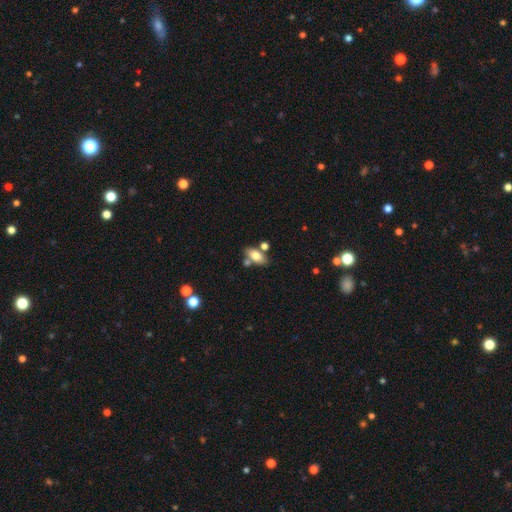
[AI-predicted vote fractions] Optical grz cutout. It shows a smooth galaxy with no disk features (75%) that is in between round and cigar-shaped (88%). Merging: none (63%).